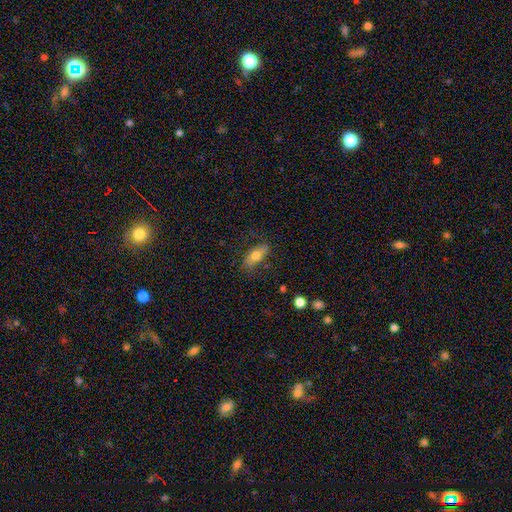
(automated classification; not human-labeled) Smooth or featured? smooth (67%)
How rounded? in between (78%)
Merging? none (76%)